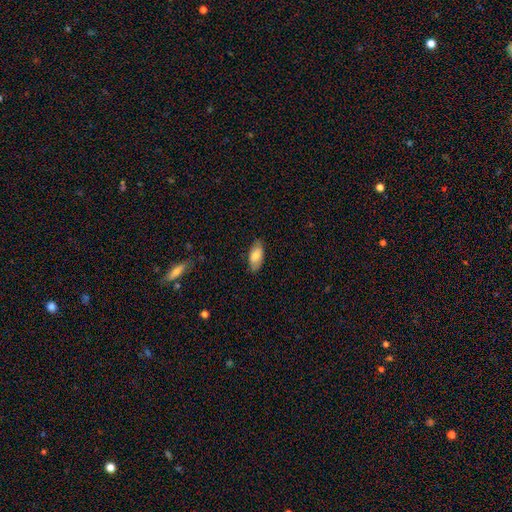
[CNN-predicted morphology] Overall: smooth (78%). How rounded: in between (89%). Merging: none (80%).